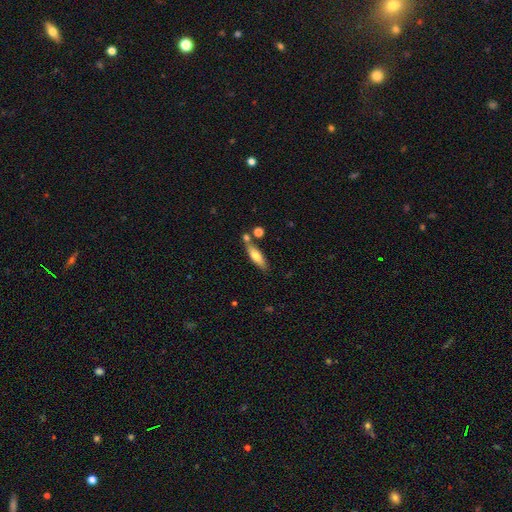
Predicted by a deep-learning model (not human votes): smooth_or_featured: smooth (p=0.64) [alt: featured or disk p=0.29]
how_rounded: cigar-shaped (p=0.55) [alt: in between p=0.42]
merging: none (p=0.68) [alt: merger p=0.14]